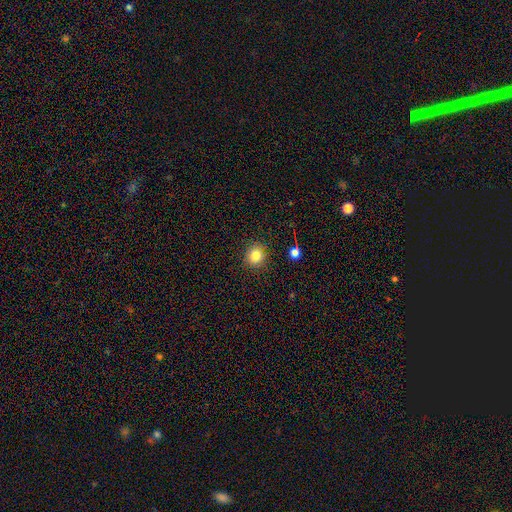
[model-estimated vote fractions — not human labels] Smooth or featured? smooth (82%)
How rounded? round (83%)
Merging? none (89%)